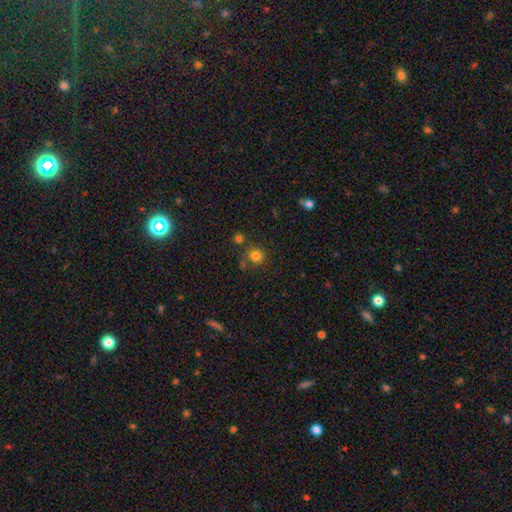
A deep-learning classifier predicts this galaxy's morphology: The model was most divided on "merging": none: 68%, merger: 14%, minor disturbance: 13%, major disturbance: 6%. More confident: how rounded — round (87%); smooth or featured — smooth (78%).